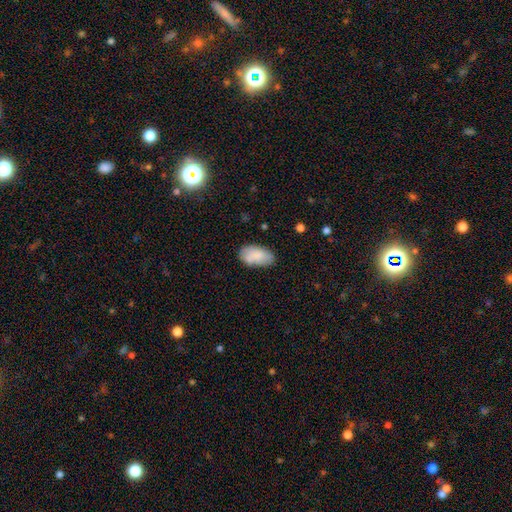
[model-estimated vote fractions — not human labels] Smooth or featured?
  - smooth: 83% *
  - featured or disk: 10%
  - star or artifact: 7%
How rounded?
  - in between: 94% *
  - round: 4%
  - cigar-shaped: 2%
Merging?
  - none: 71% *
  - minor disturbance: 21%
  - major disturbance: 5%
  - merger: 4%